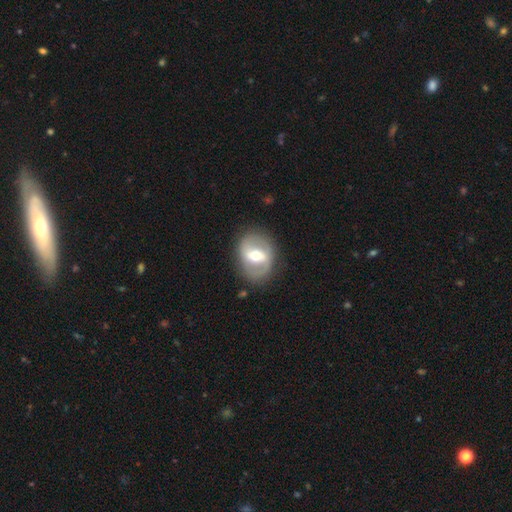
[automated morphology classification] smooth_or_featured: featured or disk (p=0.67) [alt: smooth p=0.27]
disk_edge_on: no (p=0.95) [alt: yes p=0.05]
bar: strong (p=0.42) [alt: weak p=0.40]
has_spiral_arms: yes (p=0.57) [alt: no p=0.43]
bulge_size: moderate (p=0.73) [alt: small p=0.16]
merging: none (p=0.81) [alt: minor disturbance p=0.12]